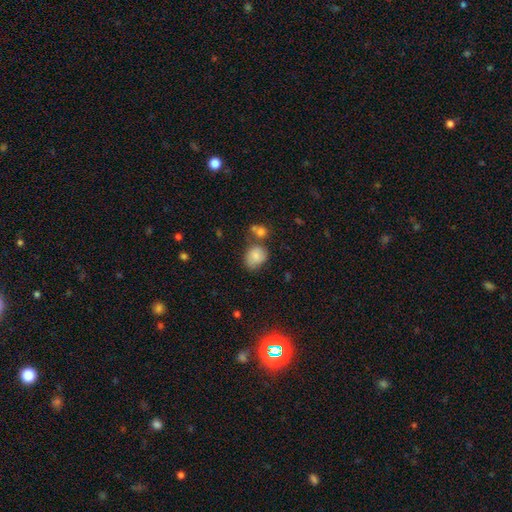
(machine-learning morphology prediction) This appears to be a smooth galaxy with no disk features (81%) that is in between round and cigar-shaped (50%). Merging: none (52%).